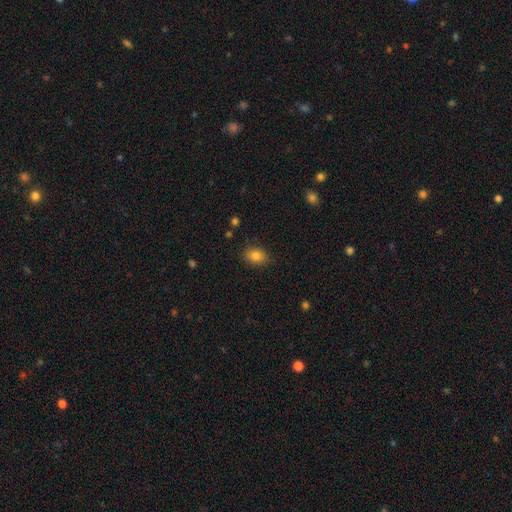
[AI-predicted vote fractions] smooth 83%, star or artifact 10%, featured or disk 7%. Down the decision tree: how rounded — in between (66%); merging — none (85%).